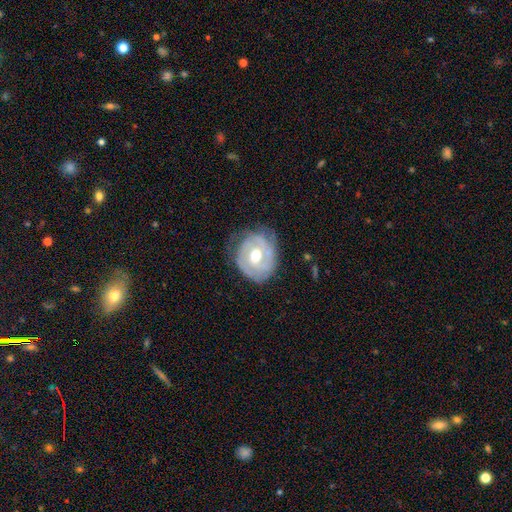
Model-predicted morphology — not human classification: featured or disk 75%, smooth 20%, star or artifact 6%. Down the decision tree: edge-on disk — no (96%); bar — no (59%); spiral arms — yes (78%); spiral arm count — 2 (39%); spiral winding — tight (62%); bulge size — moderate (78%); merging — none (64%).